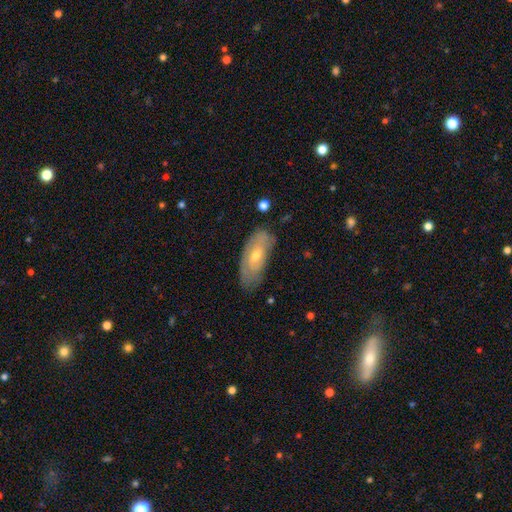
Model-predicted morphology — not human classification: Smooth or featured? Predicted: smooth (p=0.48). Merging? Predicted: none (p=0.65).